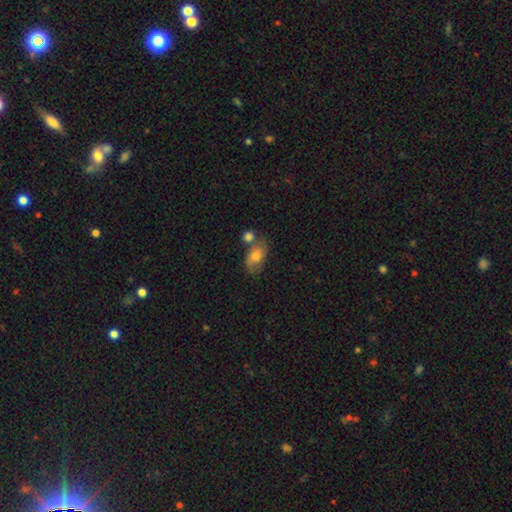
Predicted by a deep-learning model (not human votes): smooth 60%, featured or disk 31%, star or artifact 8%. Down the decision tree: how rounded — in between (85%); merging — none (46%).